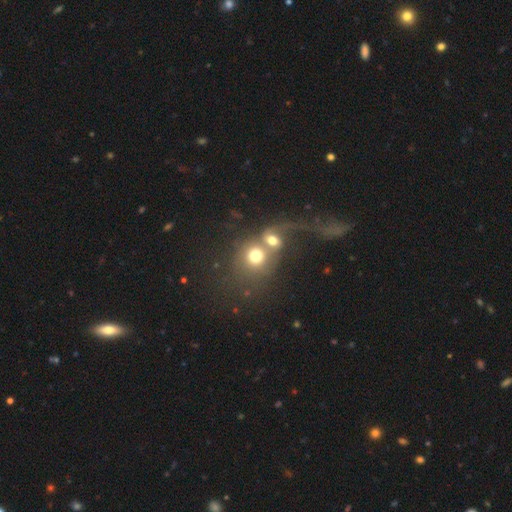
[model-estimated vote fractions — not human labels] Q: Smooth or featured?
A: smooth (60%); runner-up: featured or disk (29%)
Q: How rounded?
A: round (77%); runner-up: in between (22%)
Q: Merging?
A: merger (74%); runner-up: none (12%)